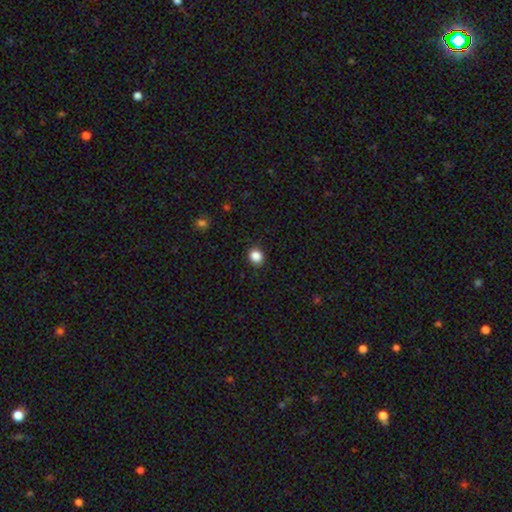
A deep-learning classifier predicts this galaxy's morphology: Overall: smooth (86%). How rounded: round (75%). Merging: none (90%).